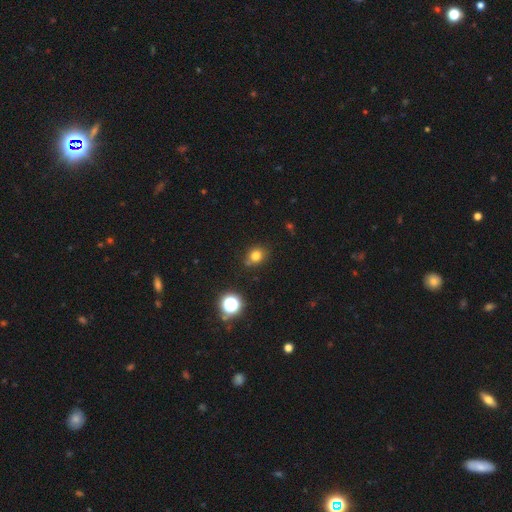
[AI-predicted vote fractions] This is likely a smooth galaxy (78%). How rounded: likely round (67%). Merging: likely none (76%).